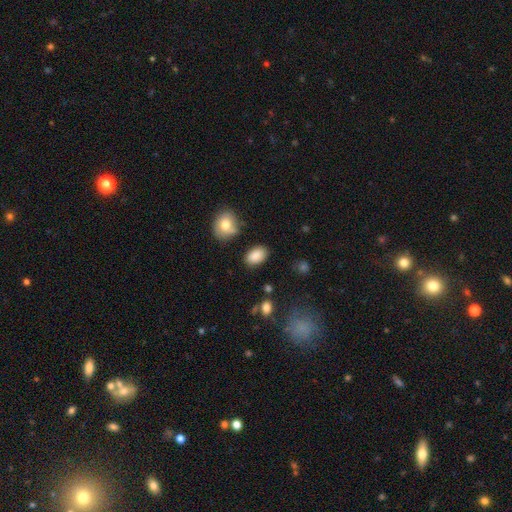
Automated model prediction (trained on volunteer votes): Smooth or featured?
  - smooth: 87% *
  - star or artifact: 8%
  - featured or disk: 5%
How rounded?
  - in between: 88% *
  - round: 11%
  - cigar-shaped: 1%
Merging?
  - none: 81% *
  - minor disturbance: 13%
  - major disturbance: 3%
  - merger: 3%